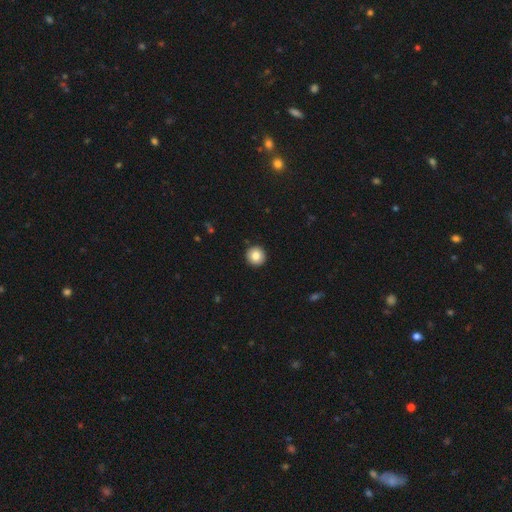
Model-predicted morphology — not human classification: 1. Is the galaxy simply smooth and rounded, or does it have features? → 84% smooth, 9% star or artifact, 7% featured or disk.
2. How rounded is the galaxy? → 95% round, 4% in between, 1% cigar-shaped.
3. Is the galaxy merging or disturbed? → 93% none, 5% minor disturbance, 1% major disturbance, 1% merger.